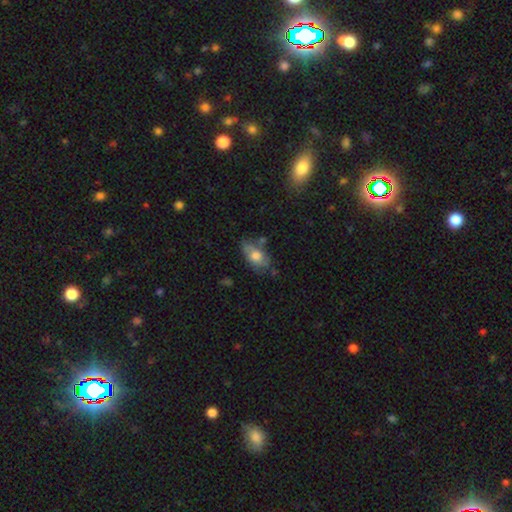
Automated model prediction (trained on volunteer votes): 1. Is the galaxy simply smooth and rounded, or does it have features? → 63% smooth, 30% featured or disk, 7% star or artifact.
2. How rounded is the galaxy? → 89% in between, 7% round, 4% cigar-shaped.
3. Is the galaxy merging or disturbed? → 53% none, 28% minor disturbance, 10% major disturbance, 8% merger.